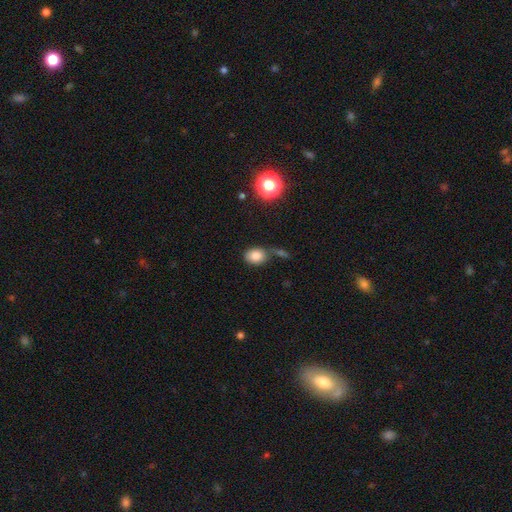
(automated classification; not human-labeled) A smooth galaxy with no disk features (81%) that is in between round and cigar-shaped (65%).

Vote fractions:
- Smooth or featured? smooth: 81% / star or artifact: 11% / featured or disk: 8%
- How rounded? in between: 65% / round: 34% / cigar-shaped: 1%
- Merging? none: 56% / merger: 20% / minor disturbance: 17% / major disturbance: 8%